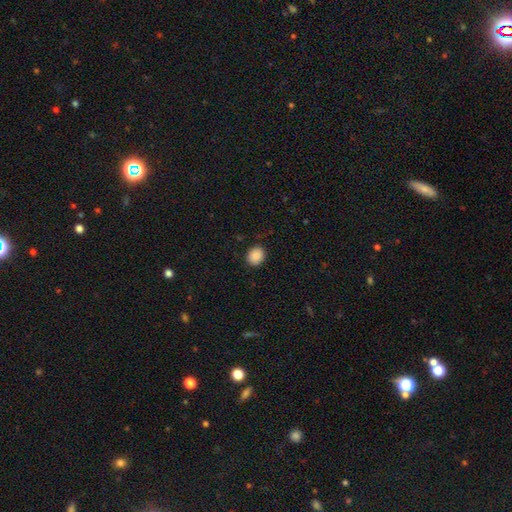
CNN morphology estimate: smooth-or-featured: smooth: 87% | star or artifact: 9% | featured or disk: 4%
  how-rounded: round: 67% | in between: 32% | cigar-shaped: 1%
  merging: none: 88% | minor disturbance: 8% | major disturbance: 2% | merger: 1%